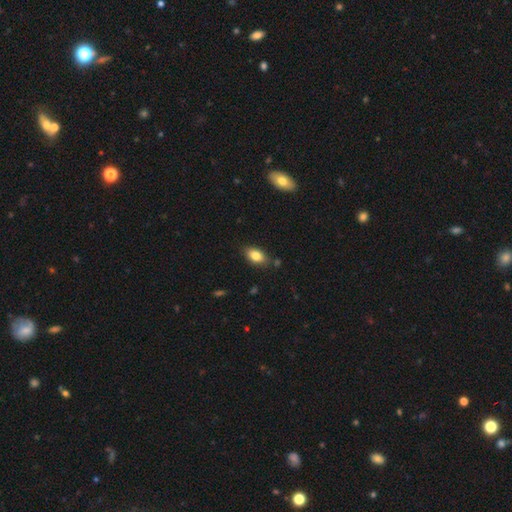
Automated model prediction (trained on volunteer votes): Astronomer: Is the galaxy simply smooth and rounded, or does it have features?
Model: smooth — 83%.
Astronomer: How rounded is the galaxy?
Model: in between — 89%.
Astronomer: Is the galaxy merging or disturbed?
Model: none — 81%.